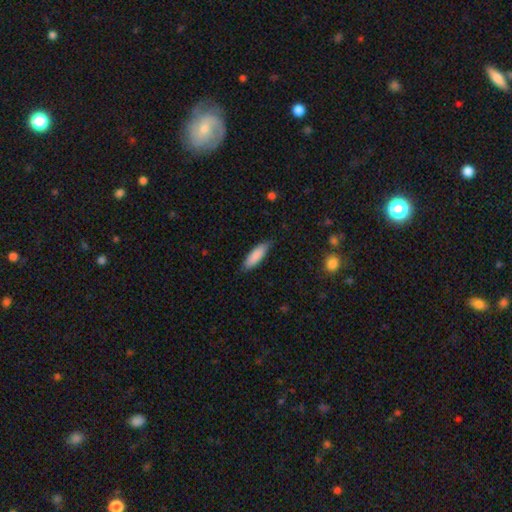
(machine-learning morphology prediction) Smooth or featured? smooth (87%)
How rounded? in between (51%)
Merging? none (83%)